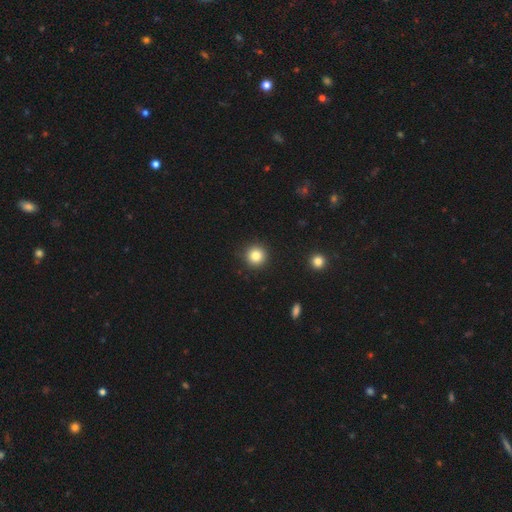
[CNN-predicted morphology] Smooth or featured? Predicted: smooth (p=0.82). How rounded? Predicted: round (p=0.95). Merging? Predicted: none (p=0.91).